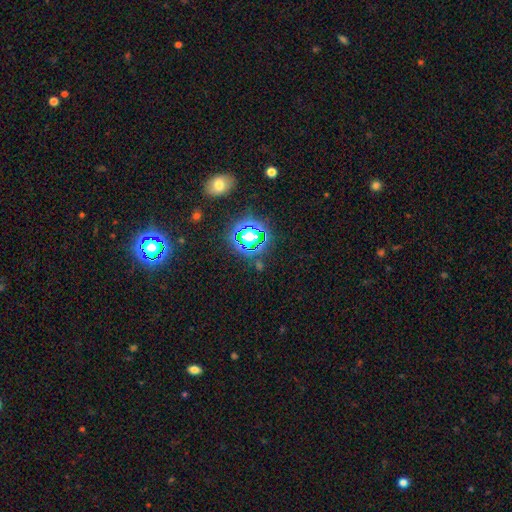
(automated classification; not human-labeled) Morphology: type=star or artifact (77%).